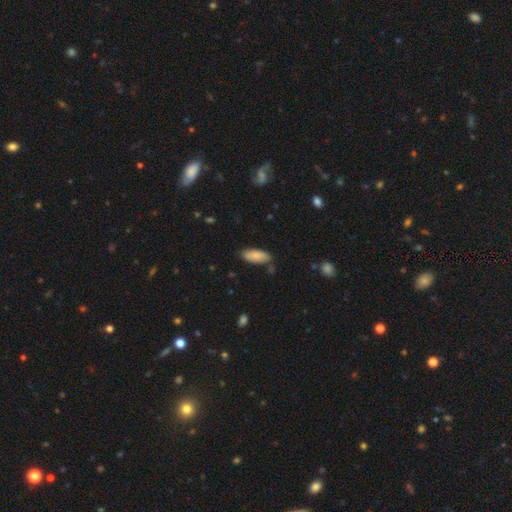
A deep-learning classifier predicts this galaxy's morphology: Smooth or featured?
  - smooth: 82% *
  - featured or disk: 11%
  - star or artifact: 6%
How rounded?
  - in between: 84% *
  - cigar-shaped: 14%
  - round: 2%
Merging?
  - none: 78% *
  - minor disturbance: 16%
  - major disturbance: 3%
  - merger: 3%